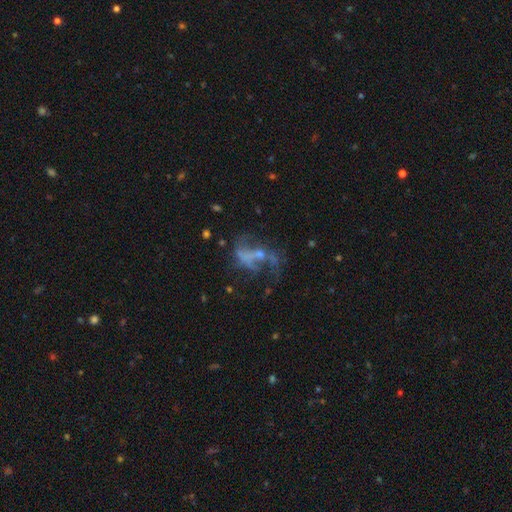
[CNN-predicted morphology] Smooth or featured: featured or disk — 62% (star or artifact — 20%)
Edge-on disk: no — 96% (yes — 4%)
Bar: no — 66% (weak — 24%)
Spiral arms: no — 57% (yes — 43%)
Bulge size: none — 55% (small — 29%)
Merging: major disturbance — 40% (none — 32%)